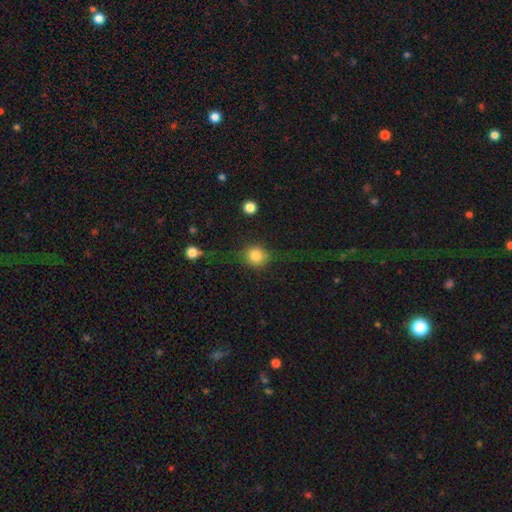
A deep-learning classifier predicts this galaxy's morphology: Smooth or featured? Predicted: smooth (p=0.84). How rounded? Predicted: round (p=0.87). Merging? Predicted: none (p=0.82).